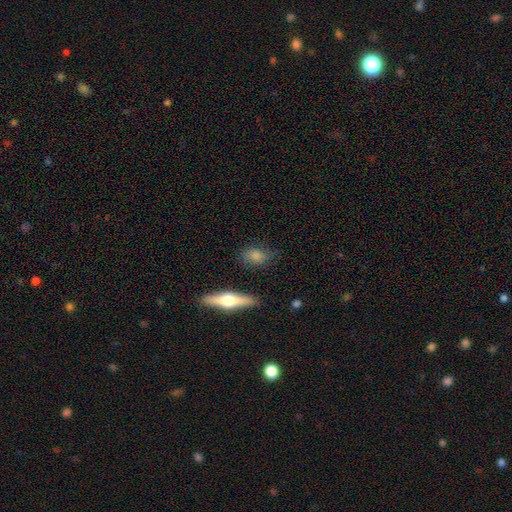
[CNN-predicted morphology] type=smooth (76%); roundness=in between (65%); merging=none (75%).